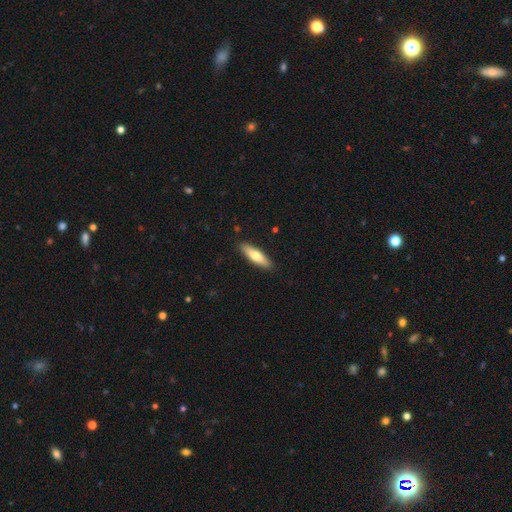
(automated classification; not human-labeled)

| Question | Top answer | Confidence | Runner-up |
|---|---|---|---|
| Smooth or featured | smooth | 67% | featured or disk (28%) |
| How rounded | cigar-shaped | 64% | in between (34%) |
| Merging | none | 89% | minor disturbance (8%) |